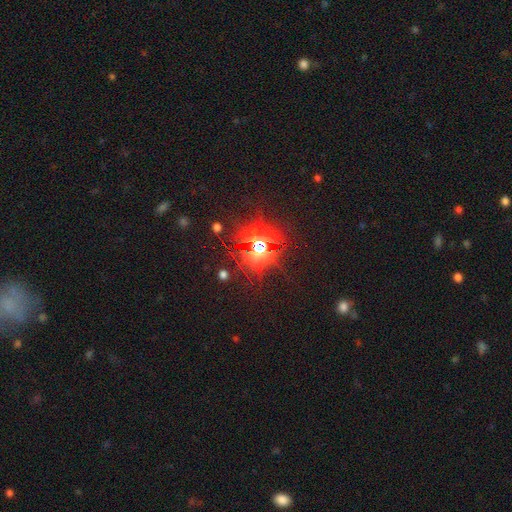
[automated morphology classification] Q: Smooth or featured?
A: star or artifact (79%); runner-up: smooth (13%)